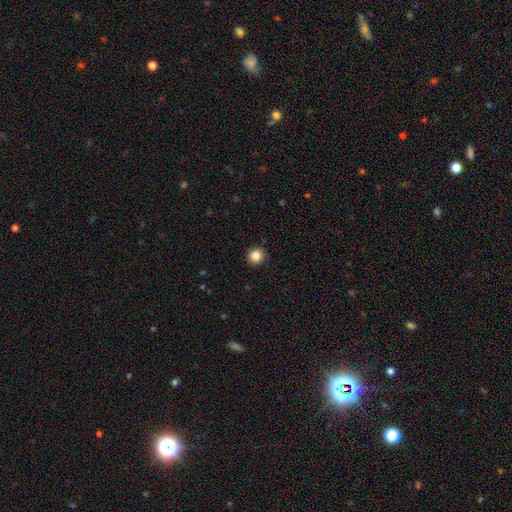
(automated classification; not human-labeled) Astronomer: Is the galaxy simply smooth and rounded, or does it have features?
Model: smooth — 85%.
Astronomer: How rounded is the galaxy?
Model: round — 93%.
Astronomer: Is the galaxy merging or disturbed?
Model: none — 92%.